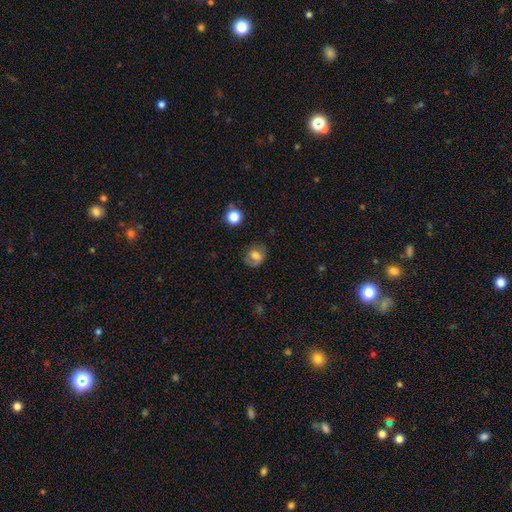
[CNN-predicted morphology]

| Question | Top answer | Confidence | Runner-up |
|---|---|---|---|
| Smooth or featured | smooth | 70% | featured or disk (19%) |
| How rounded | round | 64% | in between (35%) |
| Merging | none | 70% | minor disturbance (20%) |